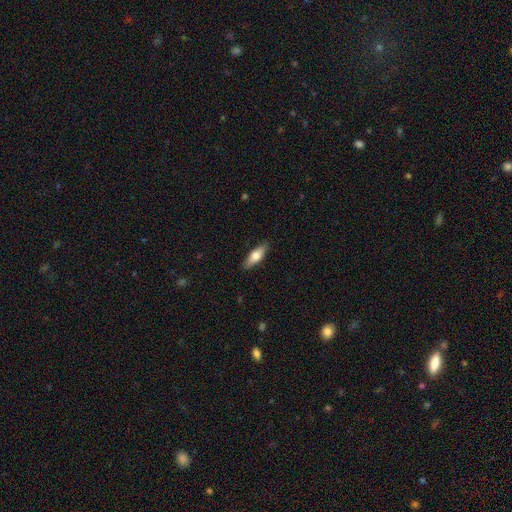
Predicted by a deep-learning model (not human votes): A smooth galaxy with no disk features (66%) that is in between round and cigar-shaped (61%). Merging: none (88%).